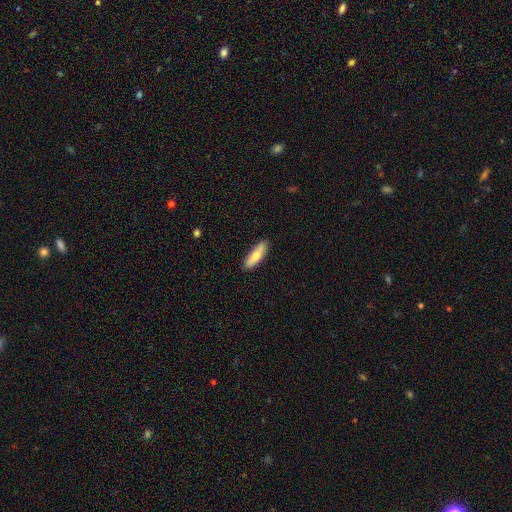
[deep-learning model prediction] smooth 75%, featured or disk 20%, star or artifact 6%. Down the decision tree: how rounded — cigar-shaped (51%); merging — none (86%).